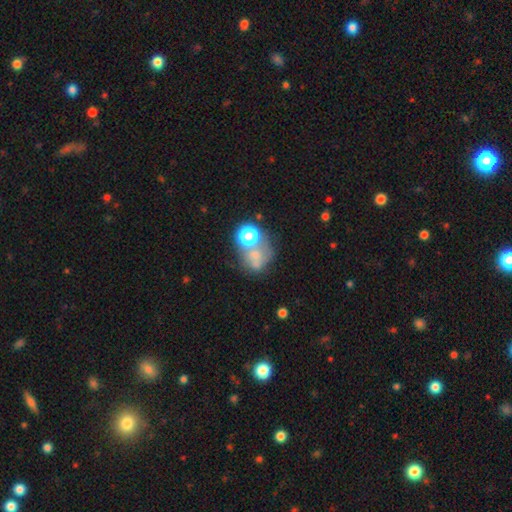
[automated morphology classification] Smooth or featured? Predicted: smooth (p=0.52). How rounded? Predicted: round (p=0.64). Merging? Predicted: merger (p=0.41).